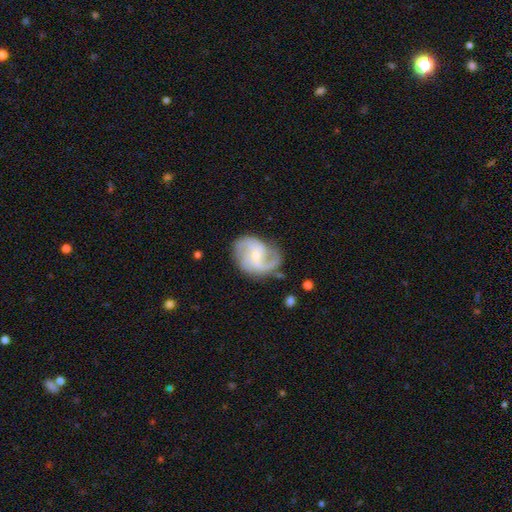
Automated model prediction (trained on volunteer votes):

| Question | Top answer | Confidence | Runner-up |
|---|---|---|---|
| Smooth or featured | featured or disk | 85% | smooth (10%) |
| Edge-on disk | no | 98% | yes (2%) |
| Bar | no | 45% | weak (43%) |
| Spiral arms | yes | 96% | no (4%) |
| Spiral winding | medium | 49% | loose (34%) |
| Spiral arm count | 2 | 72% | 3 (11%) |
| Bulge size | small | 68% | moderate (27%) |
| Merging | none | 67% | minor disturbance (20%) |